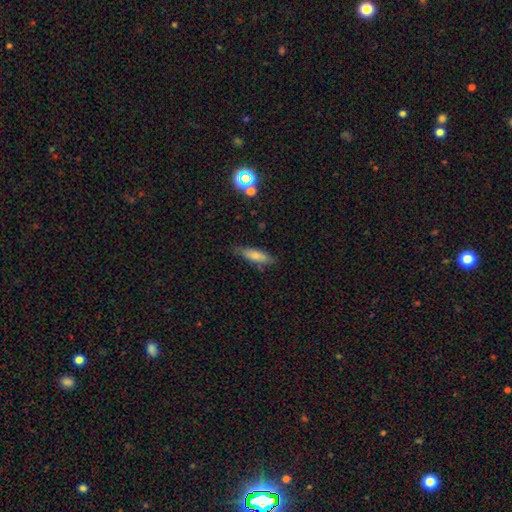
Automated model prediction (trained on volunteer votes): Morphology: type=smooth (72%); roundness=cigar-shaped (52%); merging=none (73%).